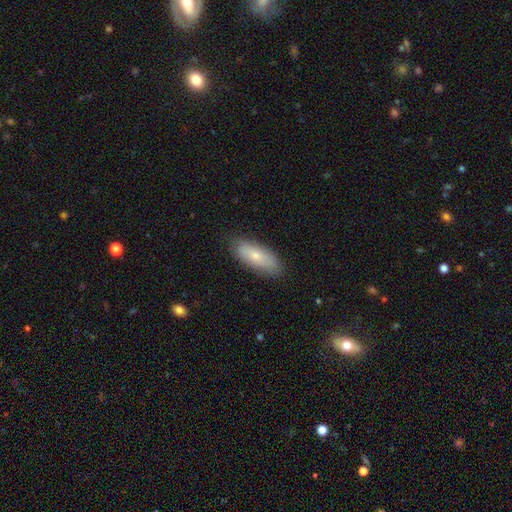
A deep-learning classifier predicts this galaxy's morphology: Smooth or featured? Predicted: smooth (p=0.72). How rounded? Predicted: in between (p=0.74). Merging? Predicted: none (p=0.83).